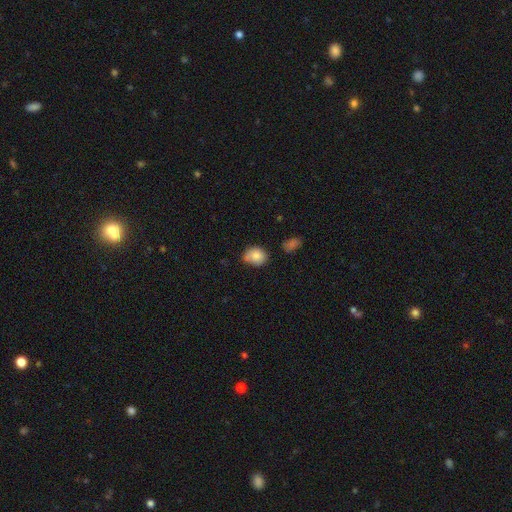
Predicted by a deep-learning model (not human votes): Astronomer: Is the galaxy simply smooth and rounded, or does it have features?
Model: smooth — 81%.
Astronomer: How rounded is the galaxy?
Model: in between — 50% (runner-up: round, 49%).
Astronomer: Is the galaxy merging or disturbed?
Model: none — 57%.